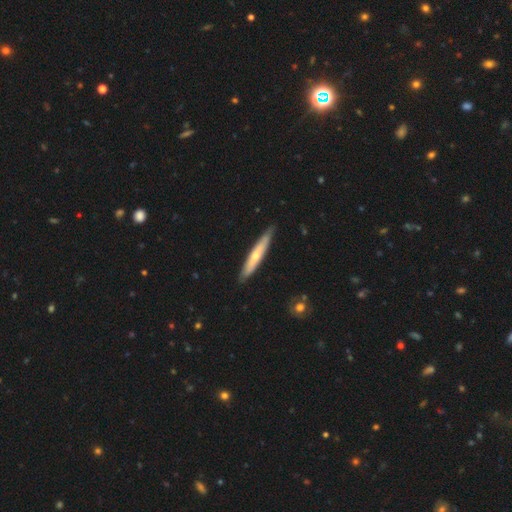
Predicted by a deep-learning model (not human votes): smooth 48%, featured or disk 47%, star or artifact 5%. Down the decision tree: merging — none (85%).